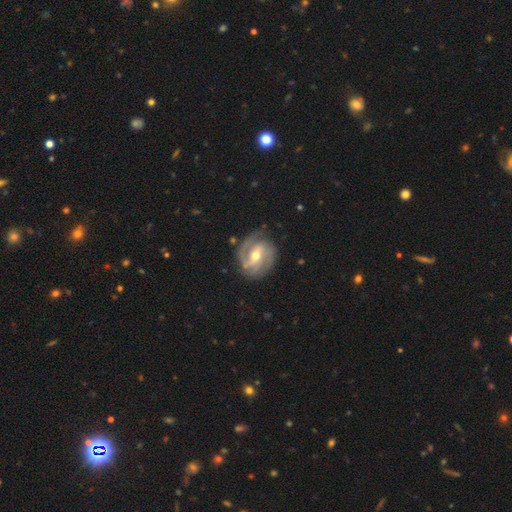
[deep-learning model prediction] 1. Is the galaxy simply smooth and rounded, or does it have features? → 89% featured or disk, 7% smooth, 4% star or artifact.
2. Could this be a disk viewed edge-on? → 97% no, 3% yes.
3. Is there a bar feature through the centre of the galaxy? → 46% weak, 34% strong, 19% no.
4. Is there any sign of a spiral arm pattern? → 97% yes, 3% no.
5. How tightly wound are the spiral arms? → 45% tight, 44% medium, 11% loose.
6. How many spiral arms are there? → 65% 2, 18% 3, 8% can't tell, 4% 1, 3% 4, 2% more than 4.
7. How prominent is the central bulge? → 68% moderate, 27% small, 3% large, 1% none, 1% dominant.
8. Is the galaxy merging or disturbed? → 76% none, 16% minor disturbance, 6% major disturbance, 2% merger.